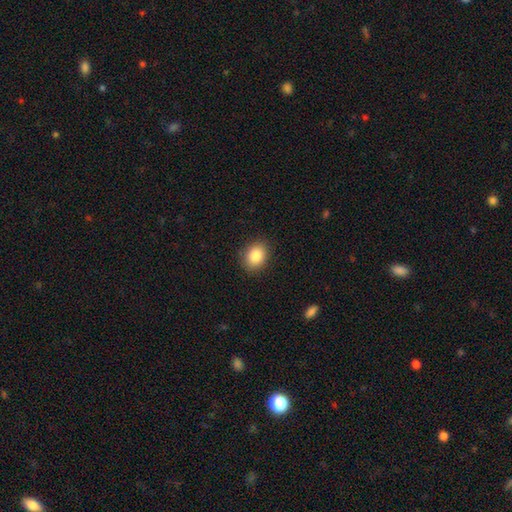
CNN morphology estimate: A smooth galaxy with no disk features (86%) that is in between round and cigar-shaped (52%).

Vote fractions:
- Smooth or featured? smooth: 86% / star or artifact: 9% / featured or disk: 5%
- How rounded? in between: 52% / round: 48% / cigar-shaped: 1%
- Merging? none: 88% / minor disturbance: 9% / major disturbance: 2% / merger: 1%